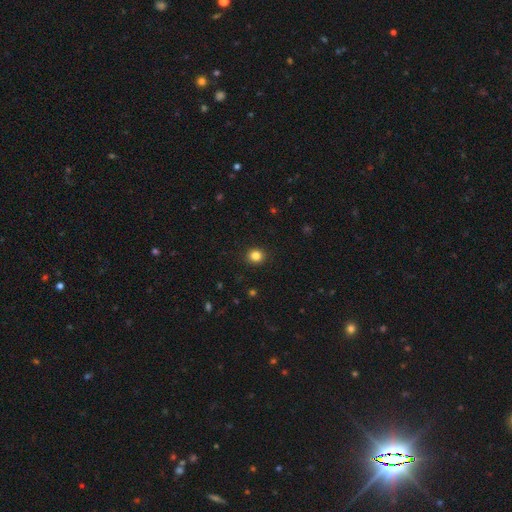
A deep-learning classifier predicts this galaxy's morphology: A smooth galaxy with no disk features (84%) that is round (85%). Merging: none (92%).